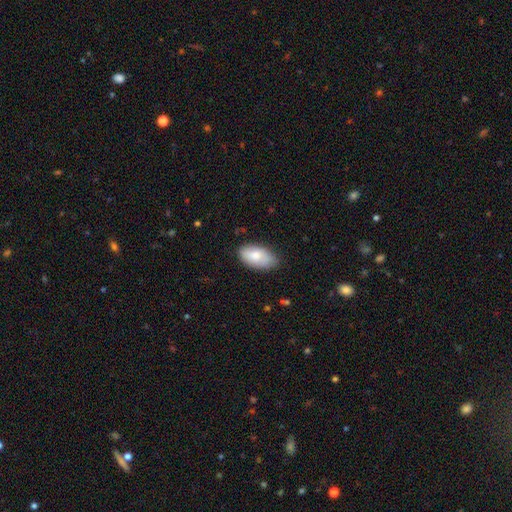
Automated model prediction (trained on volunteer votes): A smooth galaxy with no disk features (81%) that is in between round and cigar-shaped (95%).

Vote fractions:
- Smooth or featured? smooth: 81% / featured or disk: 14% / star or artifact: 6%
- How rounded? in between: 95% / round: 3% / cigar-shaped: 2%
- Merging? none: 77% / minor disturbance: 19% / major disturbance: 3% / merger: 1%